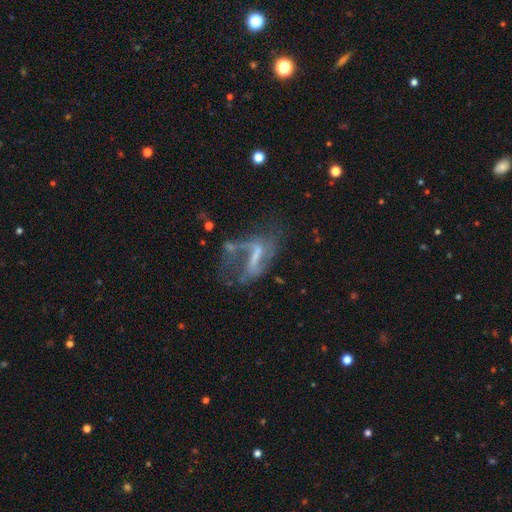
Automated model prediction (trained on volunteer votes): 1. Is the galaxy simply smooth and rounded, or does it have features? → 71% featured or disk, 18% smooth, 12% star or artifact.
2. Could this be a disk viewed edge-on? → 92% no, 8% yes.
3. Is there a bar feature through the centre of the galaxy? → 42% strong, 36% weak, 22% no.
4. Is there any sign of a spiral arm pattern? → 68% yes, 32% no.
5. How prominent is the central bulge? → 47% none, 30% small, 18% moderate, 4% large, 1% dominant.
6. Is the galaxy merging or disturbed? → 35% major disturbance, 34% none, 19% minor disturbance, 12% merger.